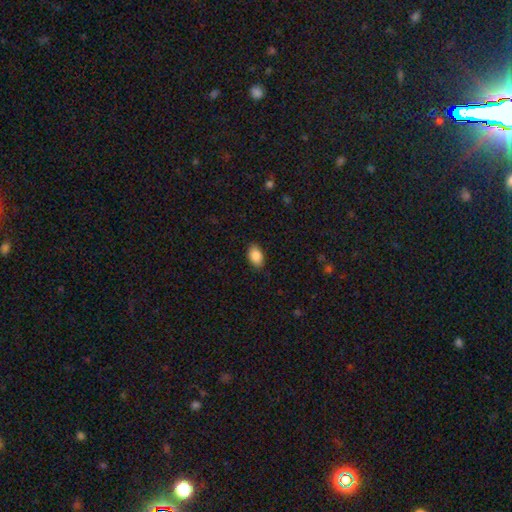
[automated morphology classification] smooth-or-featured: smooth: 88% | star or artifact: 7% | featured or disk: 5%
  how-rounded: in between: 91% | round: 8% | cigar-shaped: 1%
  merging: none: 87% | minor disturbance: 10% | major disturbance: 2% | merger: 1%